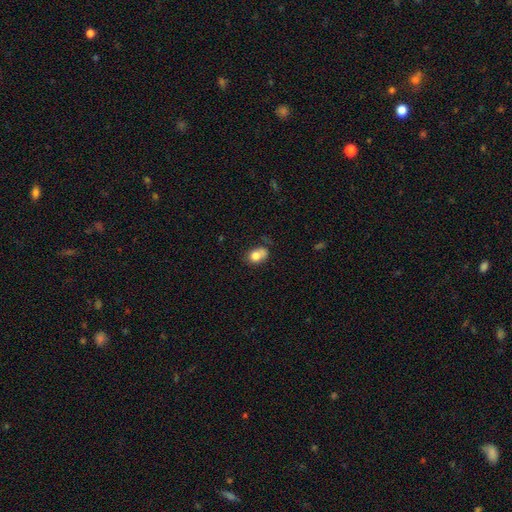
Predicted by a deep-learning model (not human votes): A smooth galaxy with no disk features (78%) that is in between round and cigar-shaped (69%). Merging: none (47%).